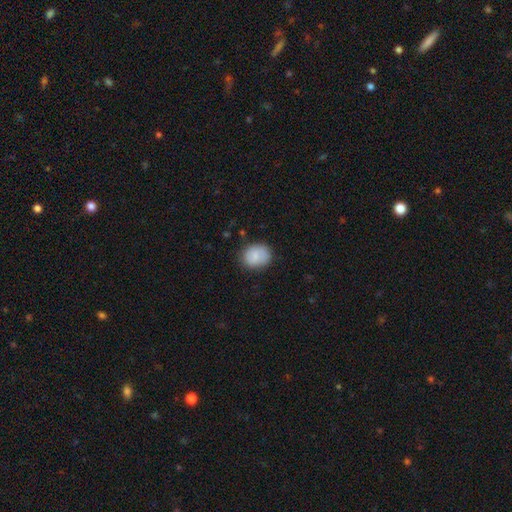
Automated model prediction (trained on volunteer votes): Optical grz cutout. It shows a smooth galaxy with no disk features (76%) that is round (63%). Merging: none (78%).